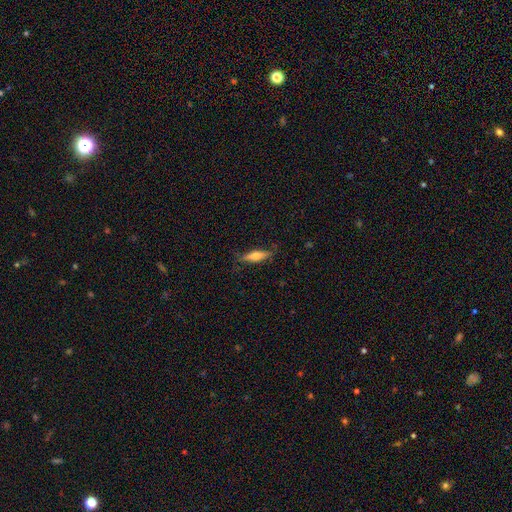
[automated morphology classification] This is possibly a smooth galaxy (56%). How rounded: likely cigar-shaped (68%). Merging: clearly none (80%).